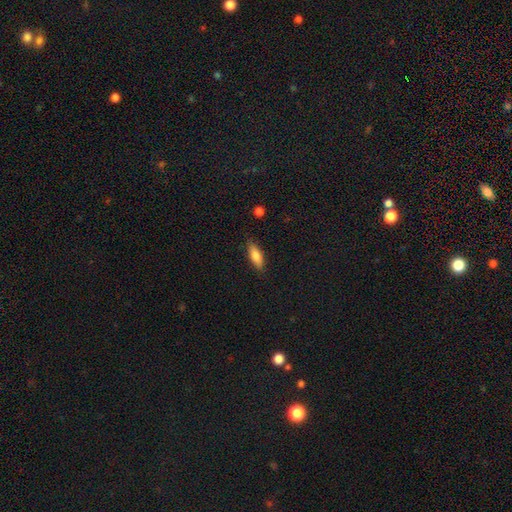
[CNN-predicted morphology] A smooth galaxy with no disk features (79%) that is in between round and cigar-shaped (62%).

Vote fractions:
- Smooth or featured? smooth: 79% / featured or disk: 14% / star or artifact: 7%
- How rounded? in between: 62% / cigar-shaped: 36% / round: 2%
- Merging? none: 84% / minor disturbance: 12% / major disturbance: 2% / merger: 1%